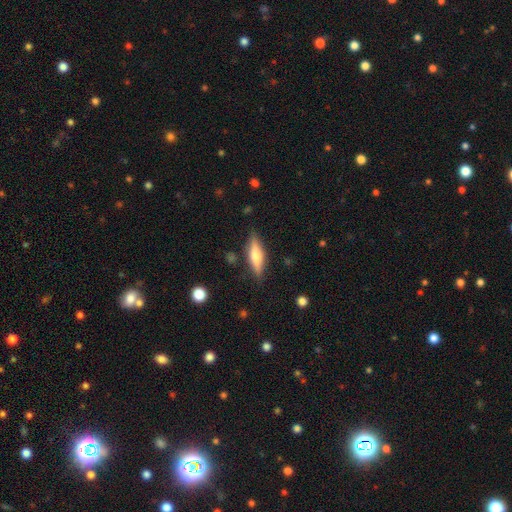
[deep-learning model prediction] The model was most divided on "smooth or featured": smooth: 49%, featured or disk: 44%, star or artifact: 7%. More confident: merging — none (84%).